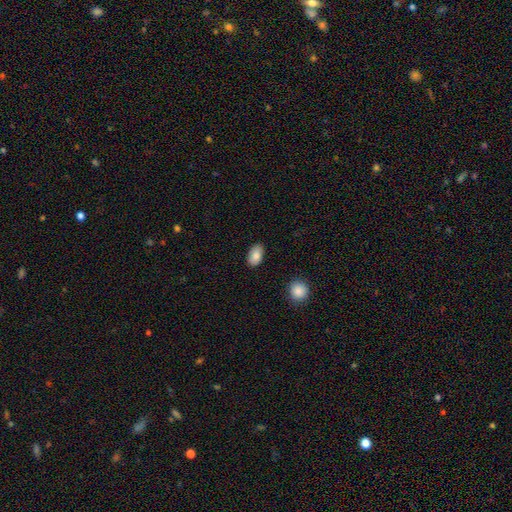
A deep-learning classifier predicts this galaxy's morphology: smooth_or_featured: smooth (p=0.86) [alt: featured or disk p=0.07]
how_rounded: in between (p=0.92) [alt: round p=0.07]
merging: none (p=0.86) [alt: minor disturbance p=0.11]